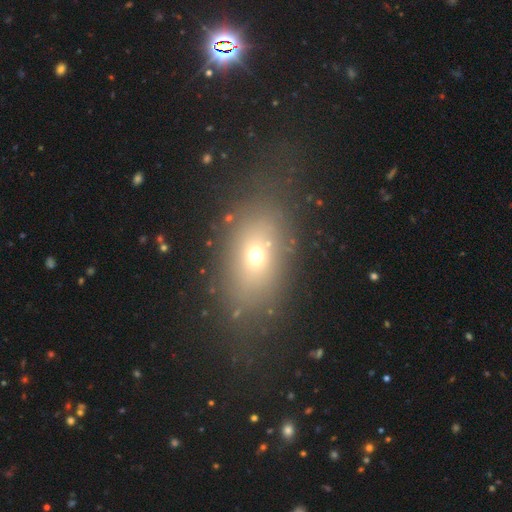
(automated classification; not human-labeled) Overall: smooth (63%). How rounded: in between (73%). Merging: none (69%).